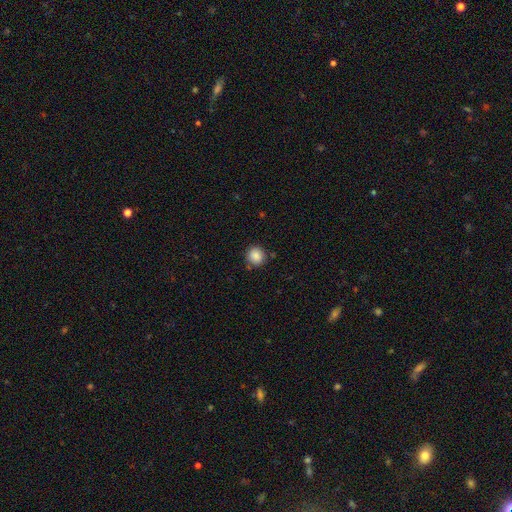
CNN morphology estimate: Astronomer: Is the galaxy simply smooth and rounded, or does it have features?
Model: smooth — 88%.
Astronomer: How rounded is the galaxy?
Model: round — 90%.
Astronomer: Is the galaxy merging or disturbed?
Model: none — 85%.